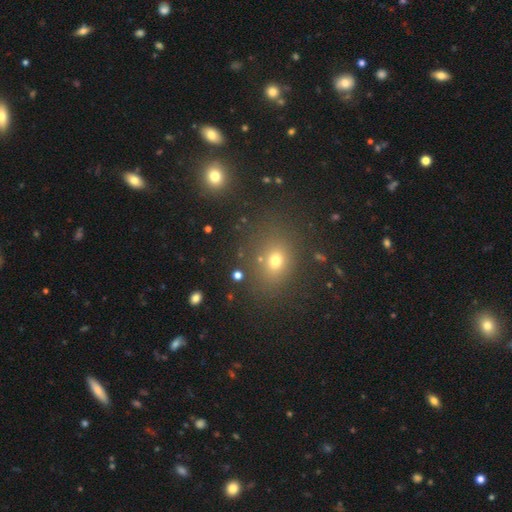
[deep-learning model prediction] Smooth or featured? smooth (58%)
How rounded? round (55%)
Merging? none (83%)